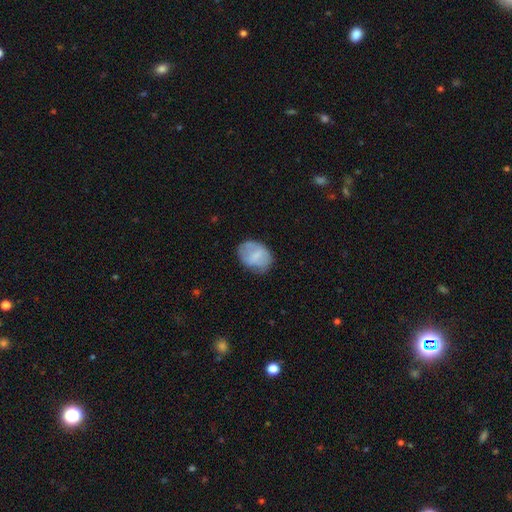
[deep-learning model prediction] A smooth galaxy with no disk features (67%) that is in between round and cigar-shaped (67%).

Vote fractions:
- Smooth or featured? smooth: 67% / featured or disk: 26% / star or artifact: 7%
- How rounded? in between: 67% / round: 32% / cigar-shaped: 1%
- Merging? none: 62% / minor disturbance: 27% / major disturbance: 10% / merger: 1%